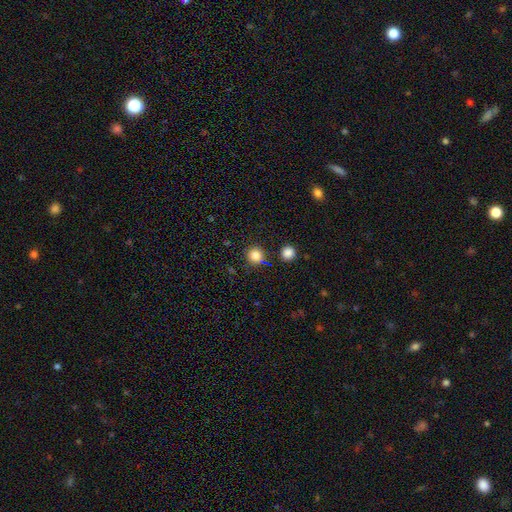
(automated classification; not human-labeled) Smooth or featured: smooth — 82% (star or artifact — 12%)
How rounded: round — 93% (in between — 6%)
Merging: none — 83% (minor disturbance — 9%)